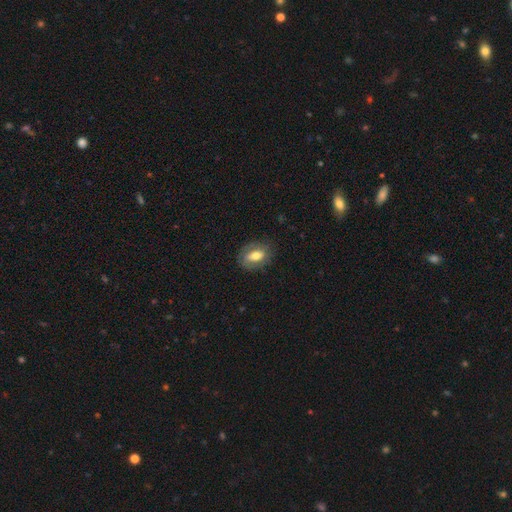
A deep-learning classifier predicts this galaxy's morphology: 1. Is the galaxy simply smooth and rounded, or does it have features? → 57% smooth, 36% featured or disk, 8% star or artifact.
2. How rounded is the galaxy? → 83% in between, 14% round, 3% cigar-shaped.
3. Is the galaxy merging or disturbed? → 77% none, 16% minor disturbance, 6% major disturbance, 1% merger.